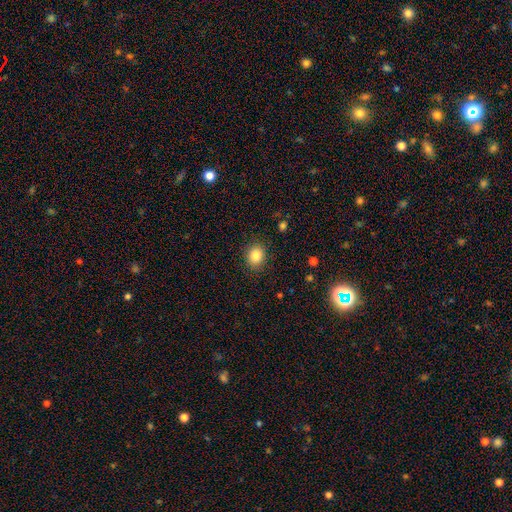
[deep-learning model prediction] smooth 85%, star or artifact 10%, featured or disk 6%. Down the decision tree: how rounded — round (61%); merging — none (88%).